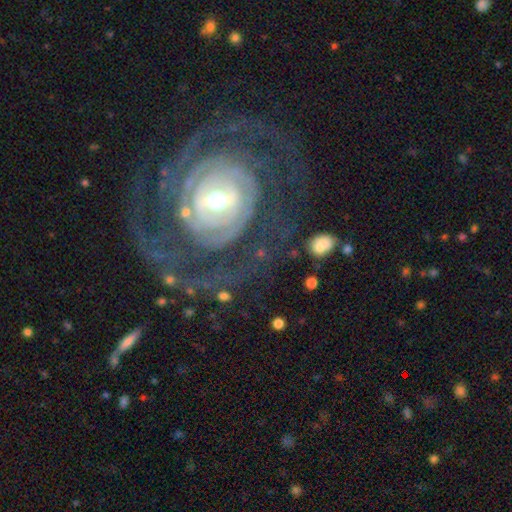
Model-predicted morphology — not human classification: Q: Smooth or featured?
A: featured or disk (89%); runner-up: smooth (6%)
Q: Edge-on disk?
A: no (97%); runner-up: yes (3%)
Q: Bar?
A: no (41%); runner-up: weak (34%)
Q: Spiral arms?
A: yes (94%); runner-up: no (6%)
Q: Spiral winding?
A: tight (71%); runner-up: medium (22%)
Q: Spiral arm count?
A: 2 (31%); runner-up: can't tell (24%)
Q: Bulge size?
A: moderate (60%); runner-up: small (29%)
Q: Merging?
A: none (70%); runner-up: major disturbance (16%)